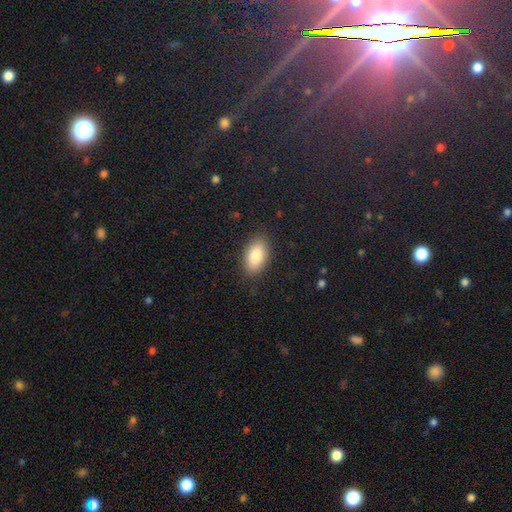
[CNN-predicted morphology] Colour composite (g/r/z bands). It shows a smooth galaxy with no disk features (86%) that is in between round and cigar-shaped (93%). Merging: none (86%).